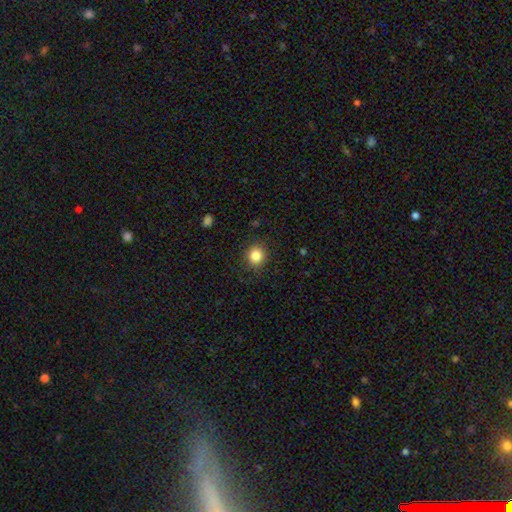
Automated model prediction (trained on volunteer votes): smooth_or_featured: smooth (p=0.85) [alt: star or artifact p=0.10]
how_rounded: round (p=0.87) [alt: in between p=0.12]
merging: none (p=0.89) [alt: minor disturbance p=0.08]